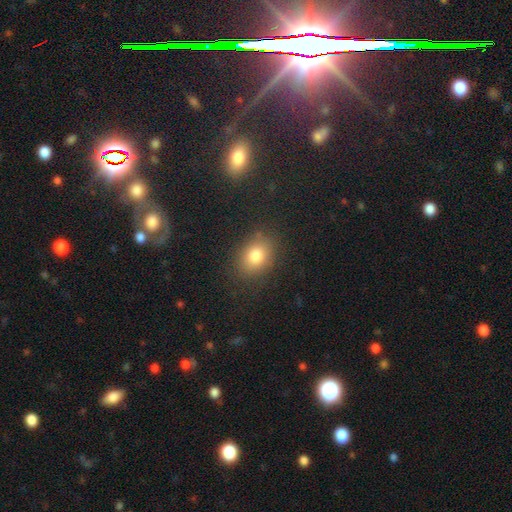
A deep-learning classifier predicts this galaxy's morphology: Smooth or featured: smooth — 79% (star or artifact — 12%)
How rounded: in between — 64% (round — 35%)
Merging: none — 83% (minor disturbance — 12%)